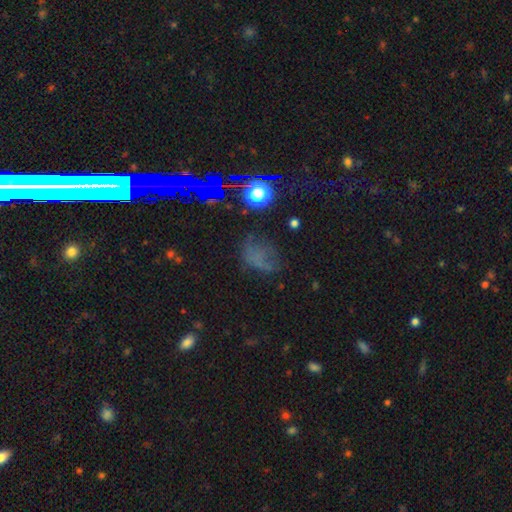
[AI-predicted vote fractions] Smooth or featured: smooth — 43% (star or artifact — 37%)
Merging: none — 50% (minor disturbance — 24%)